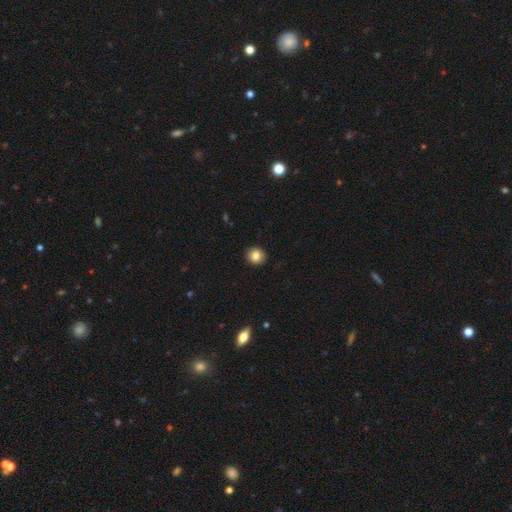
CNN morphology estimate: Smooth or featured?
  - smooth: 84% *
  - star or artifact: 10%
  - featured or disk: 6%
How rounded?
  - round: 83% *
  - in between: 16%
  - cigar-shaped: 1%
Merging?
  - none: 91% *
  - minor disturbance: 6%
  - major disturbance: 2%
  - merger: 1%